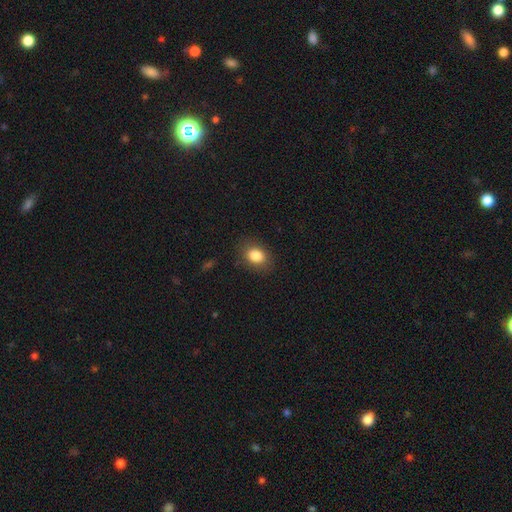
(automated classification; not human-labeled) The model was most divided on "how rounded": in between: 68%, round: 30%, cigar-shaped: 1%. More confident: merging — none (84%); smooth or featured — smooth (84%).